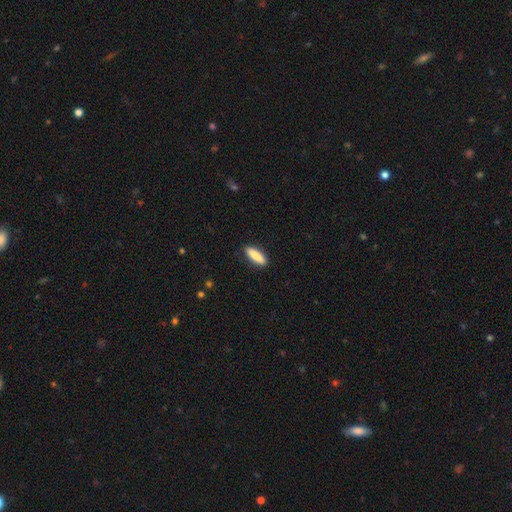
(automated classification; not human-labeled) Q: Smooth or featured?
A: smooth (85%); runner-up: featured or disk (10%)
Q: How rounded?
A: cigar-shaped (57%); runner-up: in between (41%)
Q: Merging?
A: none (89%); runner-up: minor disturbance (8%)